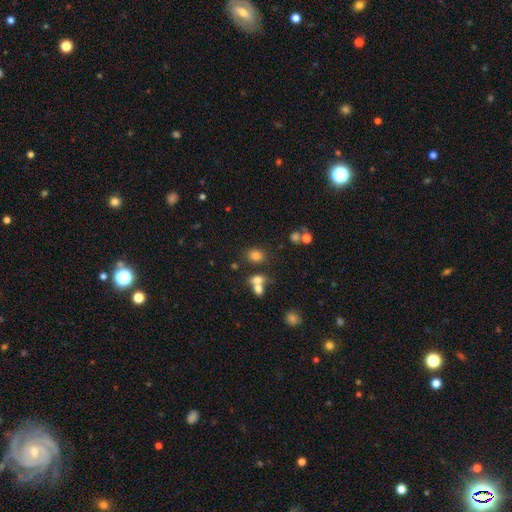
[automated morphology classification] This appears to be a smooth galaxy with no disk features (77%) that is in between round and cigar-shaped (50%). Merging: none (65%).